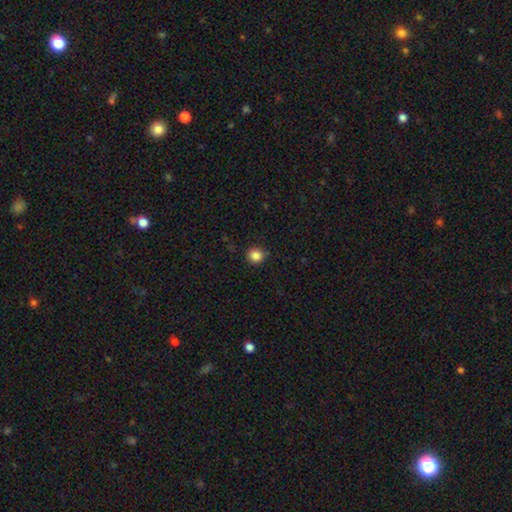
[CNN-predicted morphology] A smooth galaxy with no disk features (85%) that is round (89%).

Vote fractions:
- Smooth or featured? smooth: 85% / star or artifact: 11% / featured or disk: 4%
- How rounded? round: 89% / in between: 10% / cigar-shaped: 1%
- Merging? none: 89% / minor disturbance: 8% / major disturbance: 2% / merger: 1%